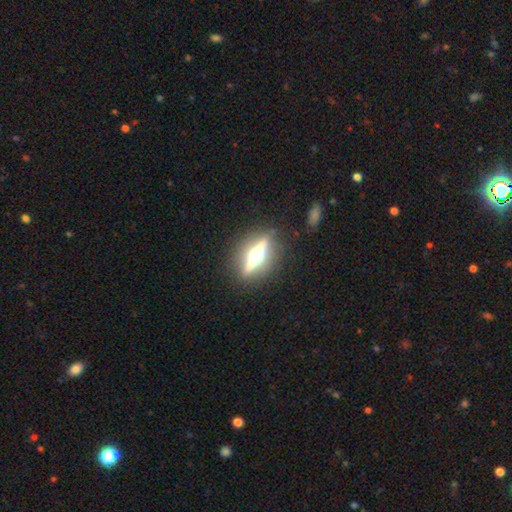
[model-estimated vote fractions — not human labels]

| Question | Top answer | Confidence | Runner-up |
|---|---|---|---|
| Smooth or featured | featured or disk | 79% | smooth (14%) |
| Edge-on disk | yes | 92% | no (8%) |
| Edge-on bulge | rounded | 94% | boxy (4%) |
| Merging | none | 87% | minor disturbance (8%) |